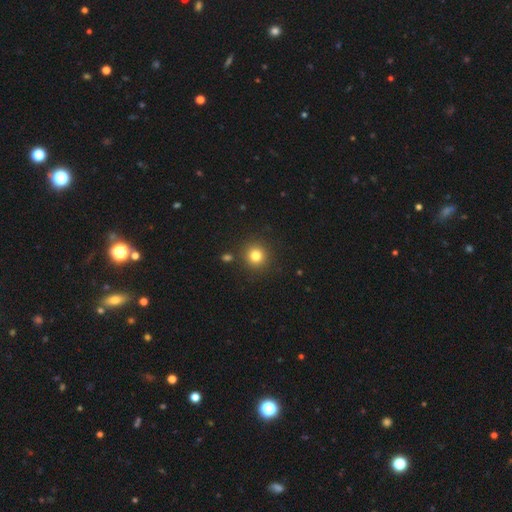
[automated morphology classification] This appears to be a smooth galaxy with no disk features (81%) that is round (93%). Merging: none (88%).